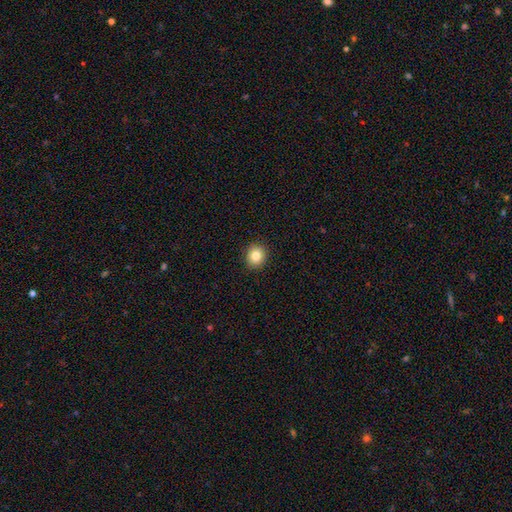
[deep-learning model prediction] A smooth galaxy with no disk features (83%) that is round (81%). Merging: none (92%).